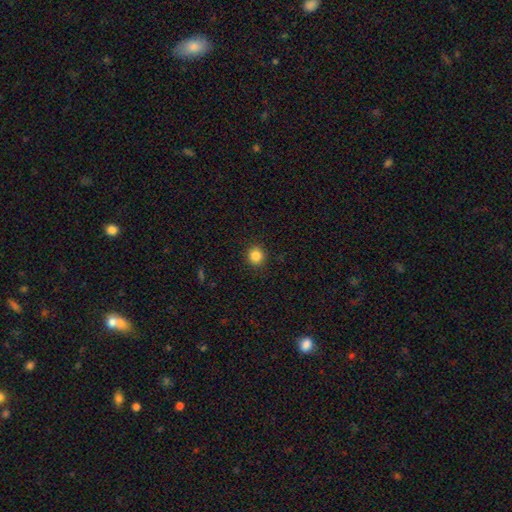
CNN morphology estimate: smooth_or_featured: smooth (p=0.85) [alt: star or artifact p=0.11]
how_rounded: round (p=0.92) [alt: in between p=0.07]
merging: none (p=0.91) [alt: minor disturbance p=0.06]